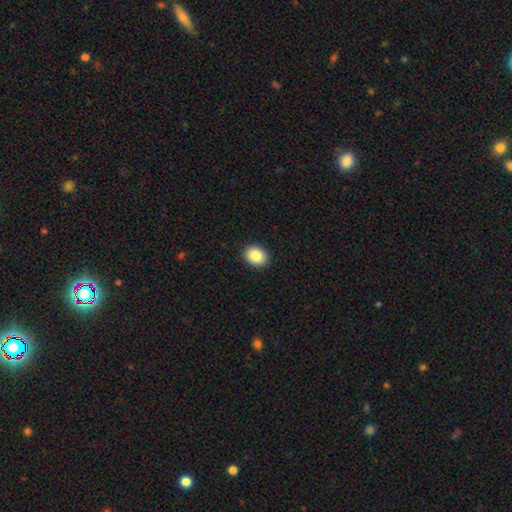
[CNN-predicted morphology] The model was most divided on "how rounded": in between: 53%, round: 46%, cigar-shaped: 1%. More confident: merging — none (91%); smooth or featured — smooth (86%).